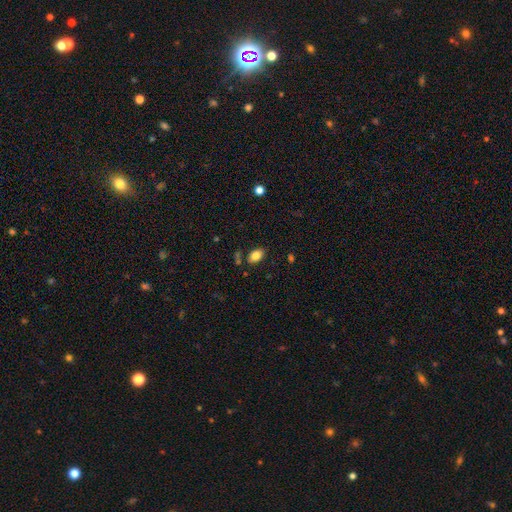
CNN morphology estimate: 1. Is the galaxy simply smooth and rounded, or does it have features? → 82% smooth, 9% featured or disk, 9% star or artifact.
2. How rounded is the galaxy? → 90% in between, 9% round, 2% cigar-shaped.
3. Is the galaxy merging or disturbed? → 81% none, 11% minor disturbance, 5% merger, 3% major disturbance.